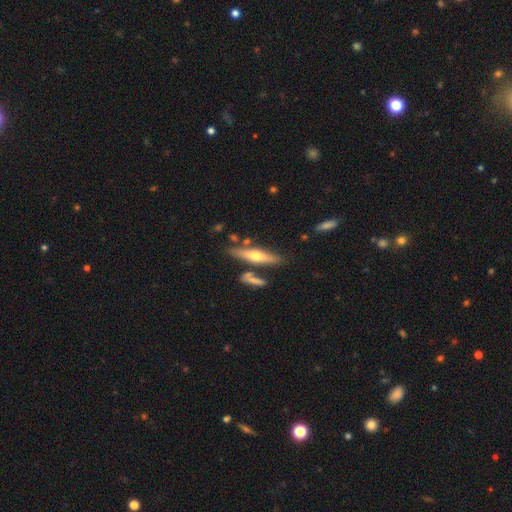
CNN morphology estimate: Q: Smooth or featured?
A: featured or disk (52%); runner-up: smooth (42%)
Q: Edge-on disk?
A: yes (90%); runner-up: no (10%)
Q: Merging?
A: none (74%); runner-up: minor disturbance (12%)